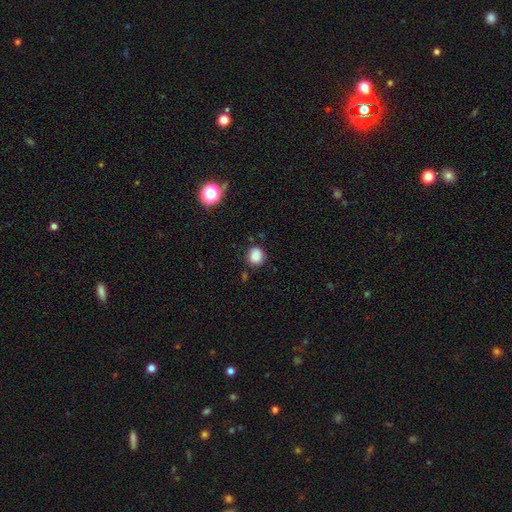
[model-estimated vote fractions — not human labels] smooth_or_featured: smooth (p=0.86) [alt: star or artifact p=0.11]
how_rounded: round (p=0.82) [alt: in between p=0.18]
merging: none (p=0.81) [alt: minor disturbance p=0.13]